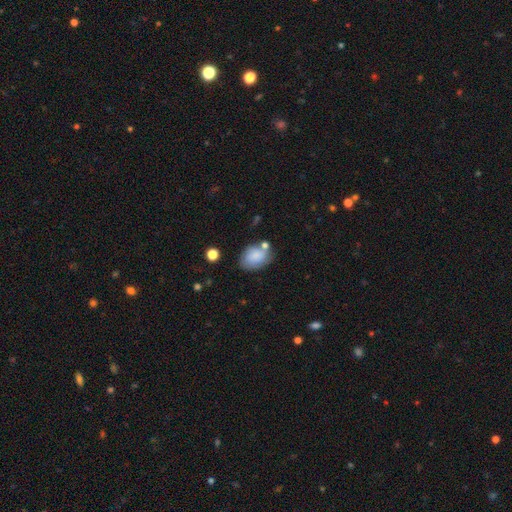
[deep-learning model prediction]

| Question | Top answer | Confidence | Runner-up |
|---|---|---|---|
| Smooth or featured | smooth | 77% | featured or disk (15%) |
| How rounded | in between | 76% | round (23%) |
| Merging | none | 55% | minor disturbance (24%) |